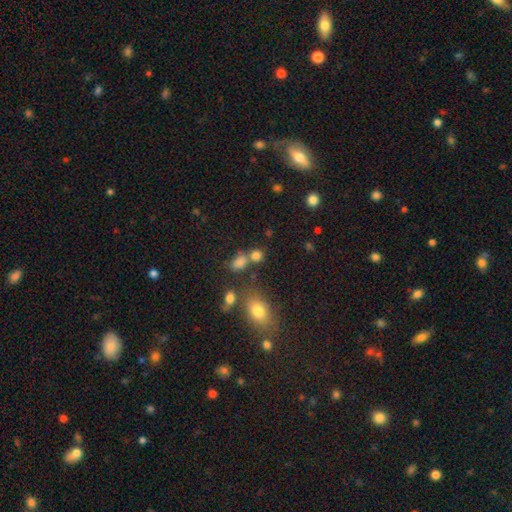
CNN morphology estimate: This appears to be a smooth galaxy with no disk features (76%) that is round (59%). Merging: none (51%).